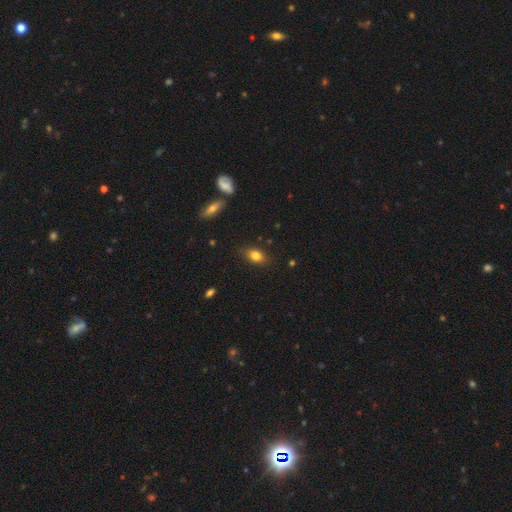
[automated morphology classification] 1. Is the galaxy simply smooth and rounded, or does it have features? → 82% smooth, 9% star or artifact, 9% featured or disk.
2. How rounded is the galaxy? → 81% in between, 15% round, 4% cigar-shaped.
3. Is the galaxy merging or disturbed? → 85% none, 11% minor disturbance, 3% major disturbance, 2% merger.